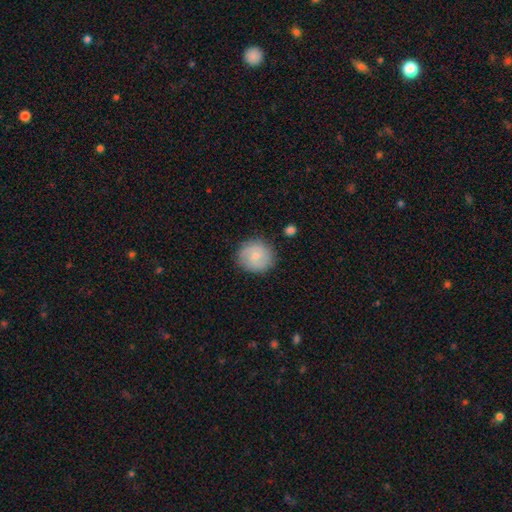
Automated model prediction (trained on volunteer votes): This appears to be a smooth galaxy with no disk features (59%) that is round (90%). Merging: none (84%).